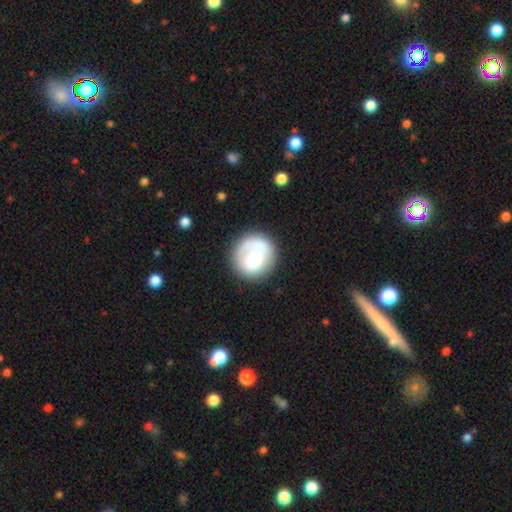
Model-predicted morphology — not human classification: A smooth galaxy with no disk features (69%) that is round (88%). Merging: none (68%).